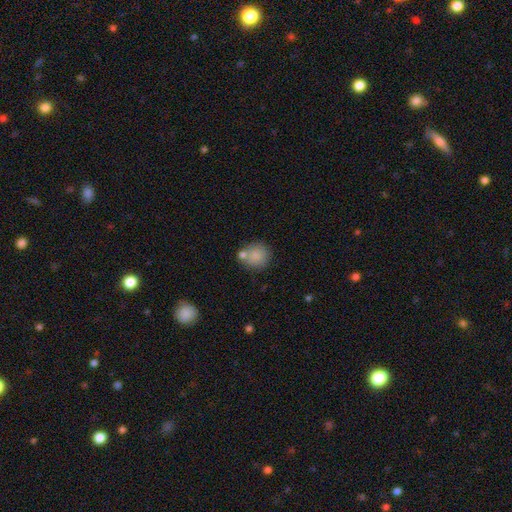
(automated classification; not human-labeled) Morphology: type=smooth (83%); roundness=round (86%); merging=none (65%).